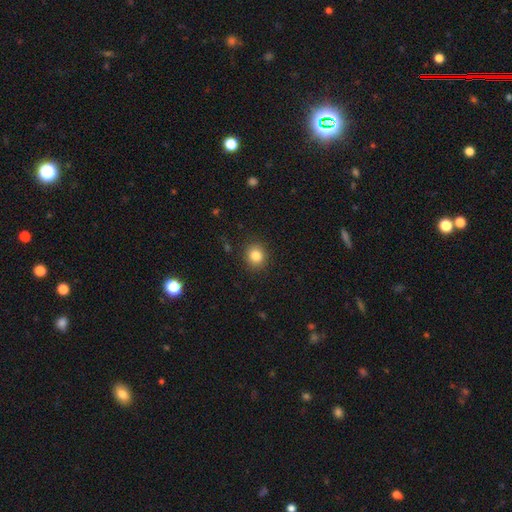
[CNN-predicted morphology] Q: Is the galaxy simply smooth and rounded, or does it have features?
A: smooth — 83%.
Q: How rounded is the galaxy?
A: round — 80%.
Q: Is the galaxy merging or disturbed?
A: none — 89%.